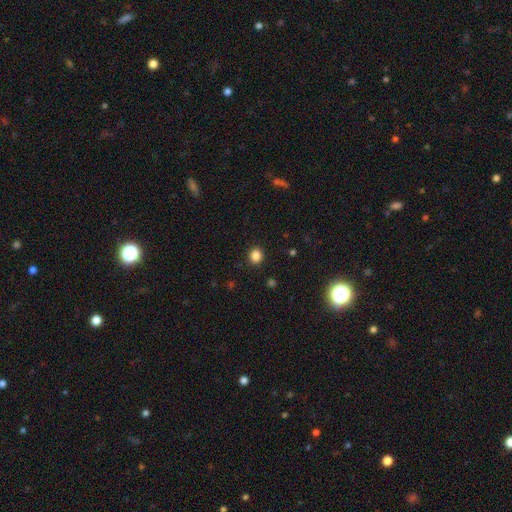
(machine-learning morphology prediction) This is clearly a smooth galaxy (85%). How rounded: likely round (79%). Merging: clearly none (91%).